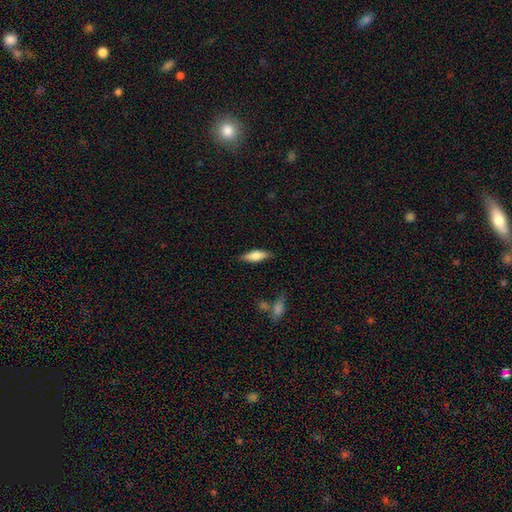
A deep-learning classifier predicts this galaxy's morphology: A smooth galaxy with no disk features (69%) that is in between round and cigar-shaped (57%).

Vote fractions:
- Smooth or featured? smooth: 69% / featured or disk: 25% / star or artifact: 6%
- How rounded? in between: 57% / cigar-shaped: 41% / round: 2%
- Merging? none: 83% / minor disturbance: 12% / major disturbance: 3% / merger: 2%